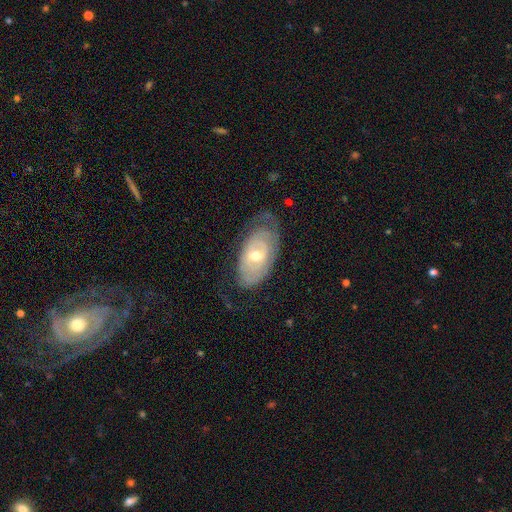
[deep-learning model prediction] The model was most divided on "bar": no: 56%, weak: 35%, strong: 8%. More confident: edge-on disk — no (91%); spiral arms — yes (71%); smooth or featured — featured or disk (71%); bulge size — moderate (62%); merging — none (61%).